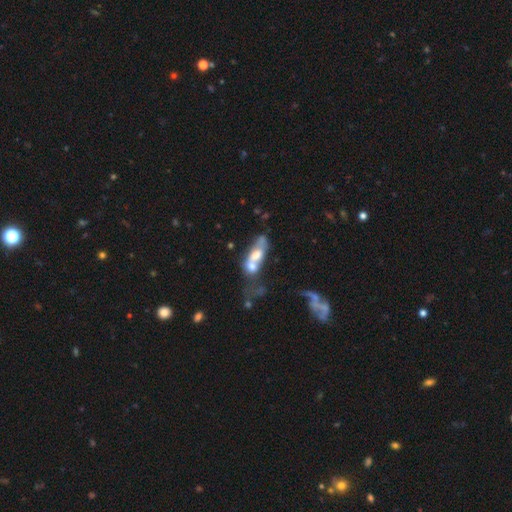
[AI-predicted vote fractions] A smooth galaxy with no disk features (49%).

Vote fractions:
- Smooth or featured? smooth: 49% / featured or disk: 42% / star or artifact: 9%
- Merging? merger: 65% / none: 14% / major disturbance: 12% / minor disturbance: 9%